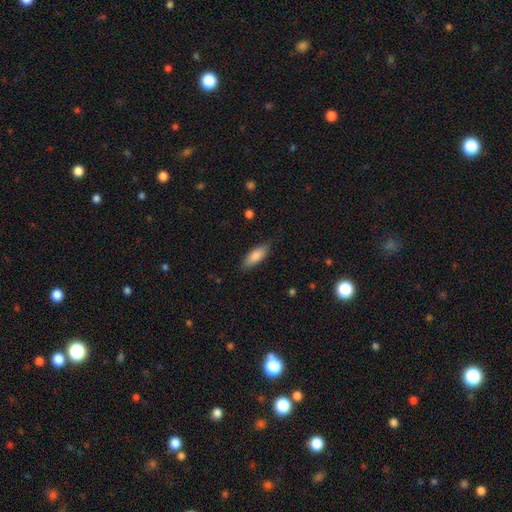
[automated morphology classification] type=smooth (83%); roundness=in between (69%); merging=none (82%).